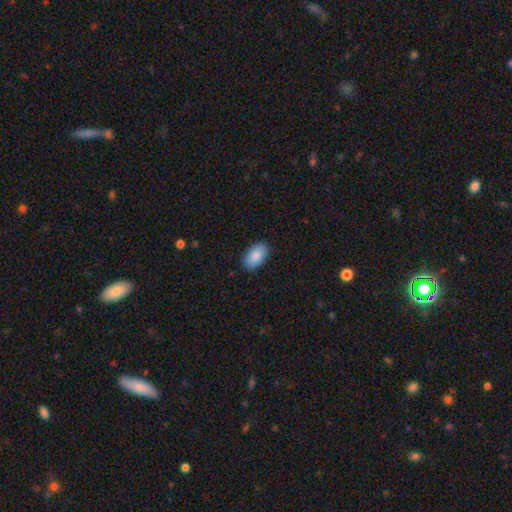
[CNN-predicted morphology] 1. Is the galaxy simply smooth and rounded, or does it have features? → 87% smooth, 7% featured or disk, 6% star or artifact.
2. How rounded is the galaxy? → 94% in between, 5% round, 1% cigar-shaped.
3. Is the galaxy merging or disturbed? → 88% none, 9% minor disturbance, 2% major disturbance, 1% merger.